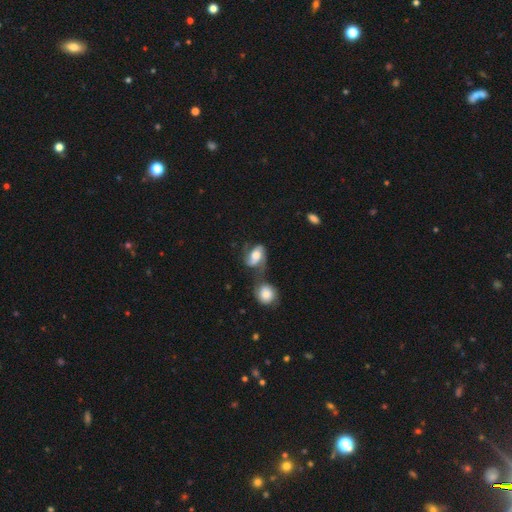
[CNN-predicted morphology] smooth_or_featured: featured or disk (p=0.61) [alt: smooth p=0.31]
disk_edge_on: no (p=0.96) [alt: yes p=0.04]
bar: no (p=0.47) [alt: weak p=0.36]
has_spiral_arms: yes (p=0.89) [alt: no p=0.11]
spiral_winding: medium (p=0.43) [alt: loose p=0.38]
spiral_arm_count: 2 (p=0.84) [alt: can't tell p=0.06]
bulge_size: moderate (p=0.40) [alt: large p=0.36]
merging: merger (p=0.38) [alt: none p=0.31]